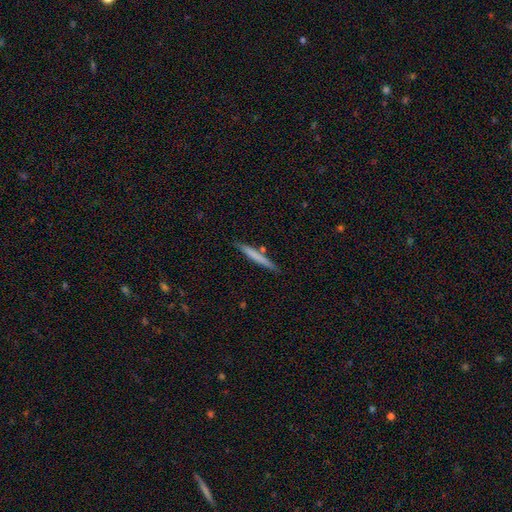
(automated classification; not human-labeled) This is likely a smooth galaxy (68%). How rounded: clearly cigar-shaped (96%). Merging: clearly none (84%).